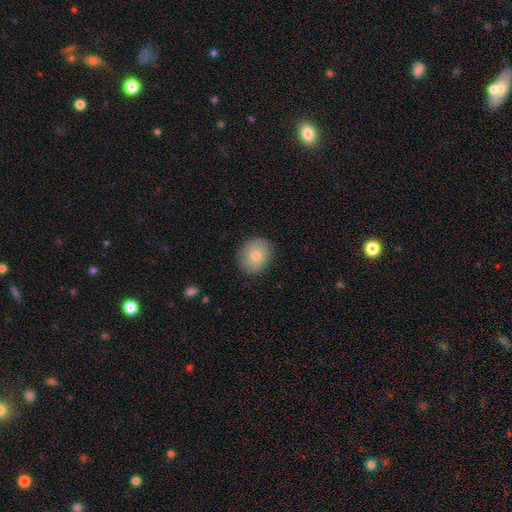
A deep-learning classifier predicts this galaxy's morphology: Smooth or featured? Predicted: smooth (p=0.76). How rounded? Predicted: round (p=0.64). Merging? Predicted: none (p=0.87).